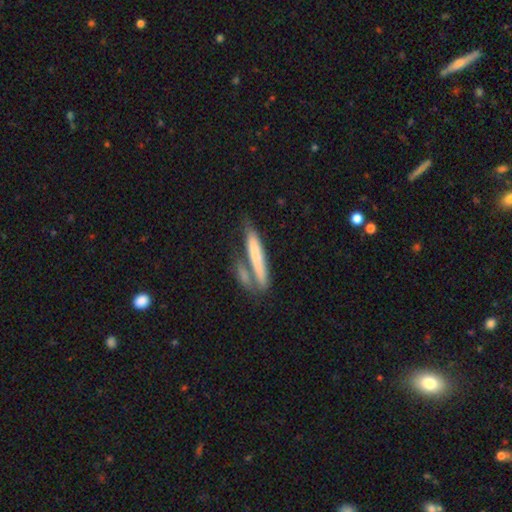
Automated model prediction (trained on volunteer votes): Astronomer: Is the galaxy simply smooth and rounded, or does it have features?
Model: smooth — 67%.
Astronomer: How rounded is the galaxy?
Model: cigar-shaped — 87%.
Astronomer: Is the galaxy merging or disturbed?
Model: none — 50% (runner-up: merger, 31%).